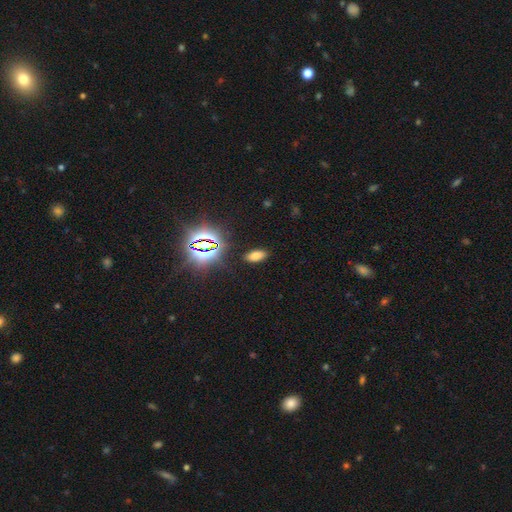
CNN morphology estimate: smooth_or_featured: smooth (p=0.66) [alt: star or artifact p=0.27]
how_rounded: in between (p=0.88) [alt: cigar-shaped p=0.07]
merging: none (p=0.88) [alt: minor disturbance p=0.08]